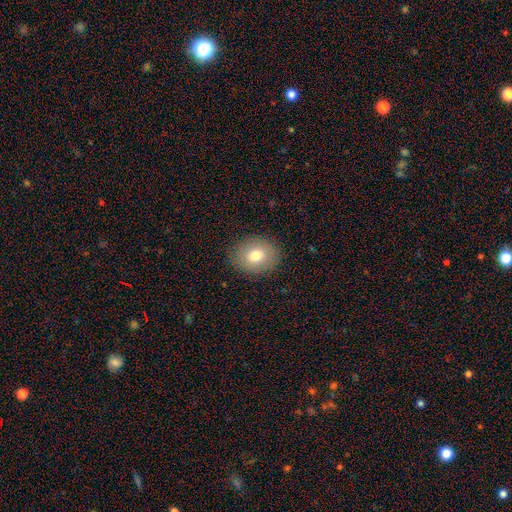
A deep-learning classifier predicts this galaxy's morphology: Smooth or featured? Predicted: smooth (p=0.75). How rounded? Predicted: in between (p=0.50). Merging? Predicted: none (p=0.86).